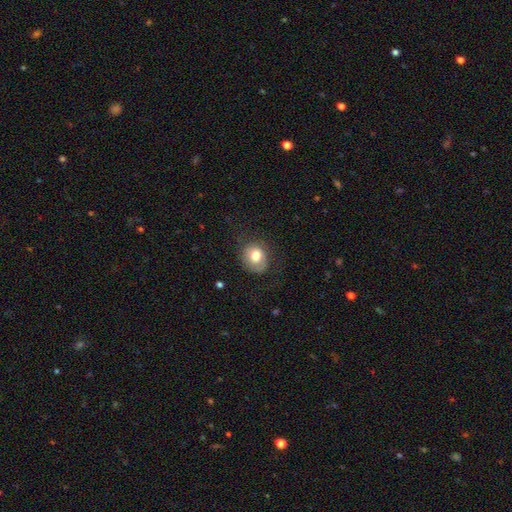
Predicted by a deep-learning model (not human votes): The model was most divided on "how rounded": round: 64%, in between: 35%, cigar-shaped: 1%. More confident: smooth or featured — smooth (76%); merging — none (67%).